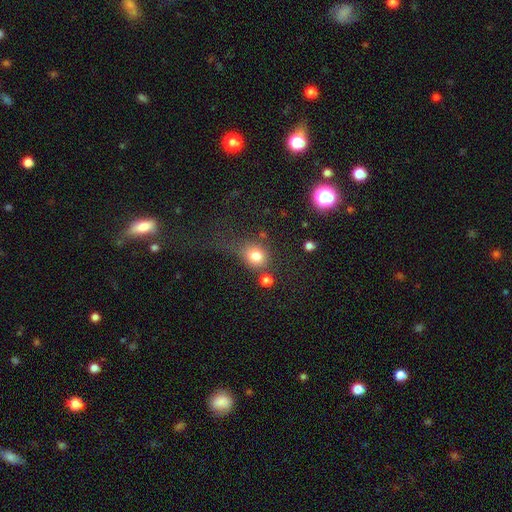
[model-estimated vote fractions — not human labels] smooth_or_featured: smooth (p=0.79) [alt: star or artifact p=0.13]
how_rounded: round (p=0.62) [alt: in between p=0.36]
merging: none (p=0.51) [alt: minor disturbance p=0.20]